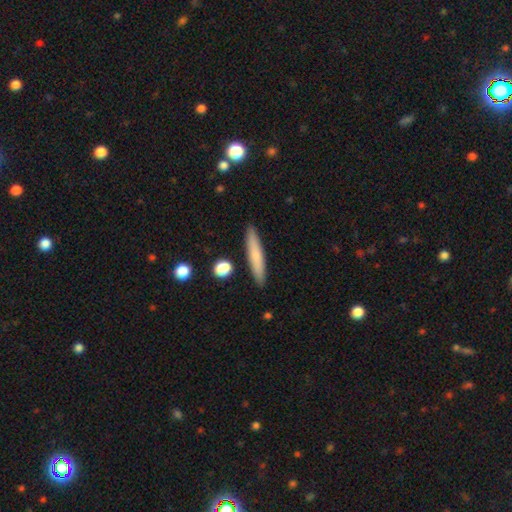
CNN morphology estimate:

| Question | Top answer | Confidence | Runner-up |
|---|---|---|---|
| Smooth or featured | smooth | 70% | featured or disk (24%) |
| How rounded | cigar-shaped | 92% | in between (6%) |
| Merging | none | 90% | minor disturbance (7%) |